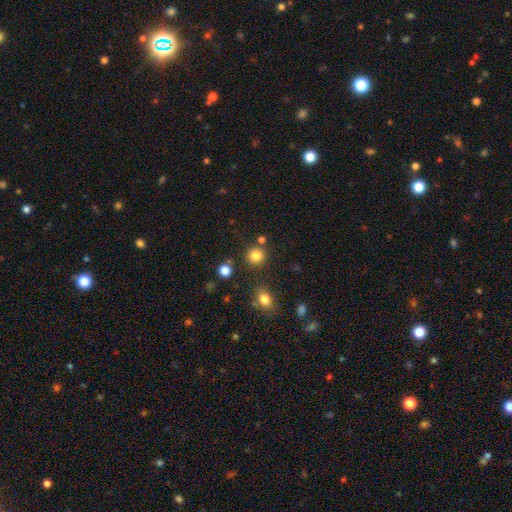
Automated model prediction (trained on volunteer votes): This appears to be a smooth galaxy with no disk features (83%) that is round (90%). Merging: none (82%).